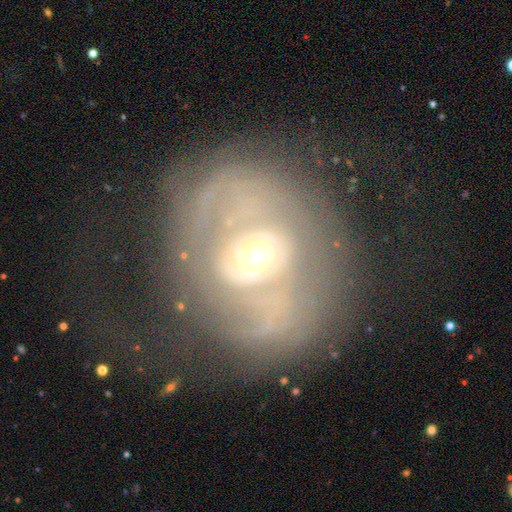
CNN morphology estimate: Overall: featured or disk (75%). Edge-on disk: no (96%). Bar: no (62%; weak 29%). Spiral arms: yes (74%). Spiral arm count: can't tell (39%; 2 36%). Spiral winding: tight (51%; medium 31%). Bulge size: moderate (56%; small 35%). Merging: none (49%; major disturbance 27%).